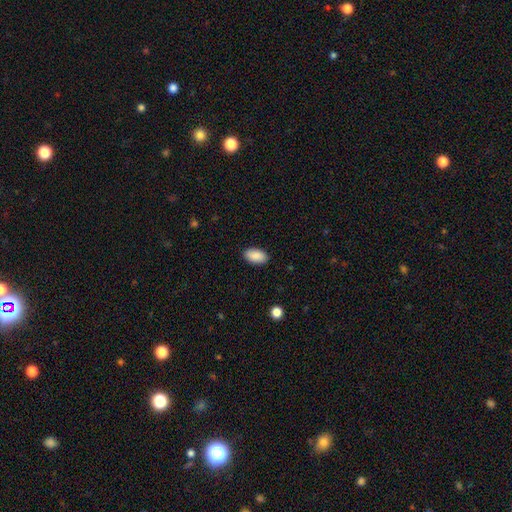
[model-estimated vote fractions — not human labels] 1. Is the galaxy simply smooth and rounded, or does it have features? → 89% smooth, 6% star or artifact, 4% featured or disk.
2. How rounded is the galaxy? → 94% in between, 3% round, 3% cigar-shaped.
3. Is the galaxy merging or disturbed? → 89% none, 8% minor disturbance, 2% major disturbance, 1% merger.